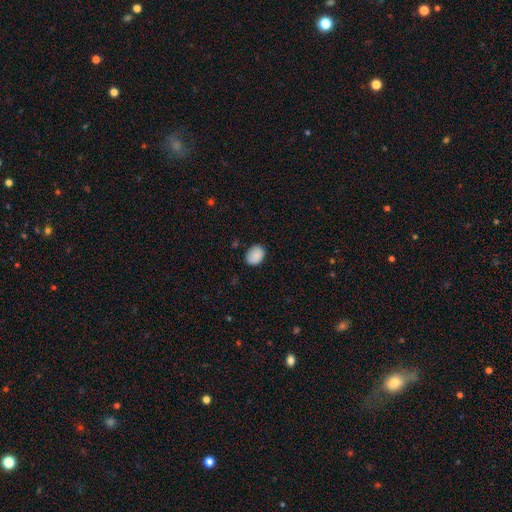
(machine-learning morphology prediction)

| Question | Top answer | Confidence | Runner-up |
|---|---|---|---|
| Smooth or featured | smooth | 88% | star or artifact (8%) |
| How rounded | in between | 63% | round (36%) |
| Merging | none | 78% | minor disturbance (18%) |